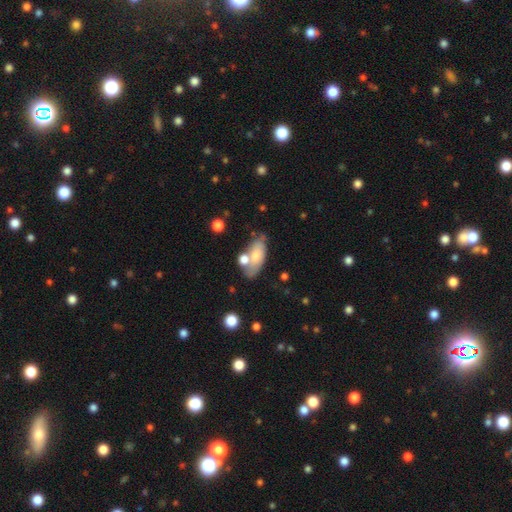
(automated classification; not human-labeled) Smooth or featured? smooth (63%)
How rounded? in between (87%)
Merging? none (46%)